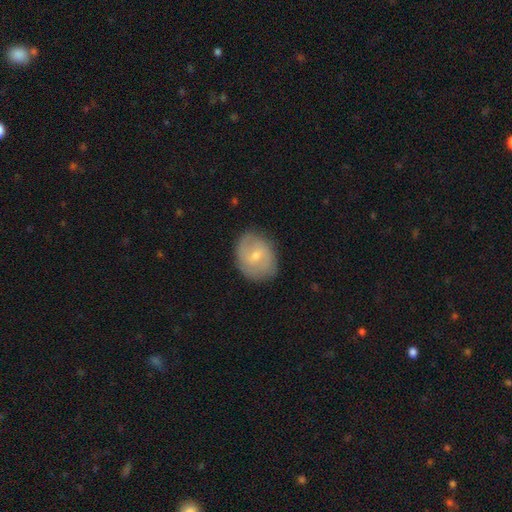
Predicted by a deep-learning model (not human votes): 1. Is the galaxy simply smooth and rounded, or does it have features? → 54% featured or disk, 40% smooth, 6% star or artifact.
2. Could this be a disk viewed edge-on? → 96% no, 4% yes.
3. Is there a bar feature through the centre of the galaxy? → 56% weak, 32% no, 12% strong.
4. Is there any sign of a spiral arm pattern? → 75% yes, 25% no.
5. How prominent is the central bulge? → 58% small, 38% moderate, 2% none, 1% large, 1% dominant.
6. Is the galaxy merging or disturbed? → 79% none, 16% minor disturbance, 4% major disturbance, 1% merger.